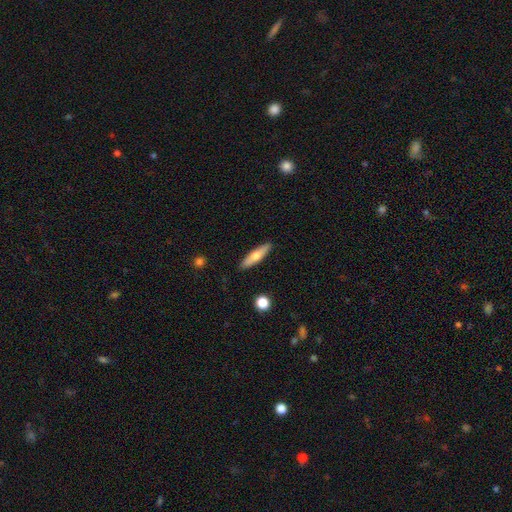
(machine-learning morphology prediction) Smooth or featured? smooth (61%)
How rounded? cigar-shaped (77%)
Merging? none (89%)